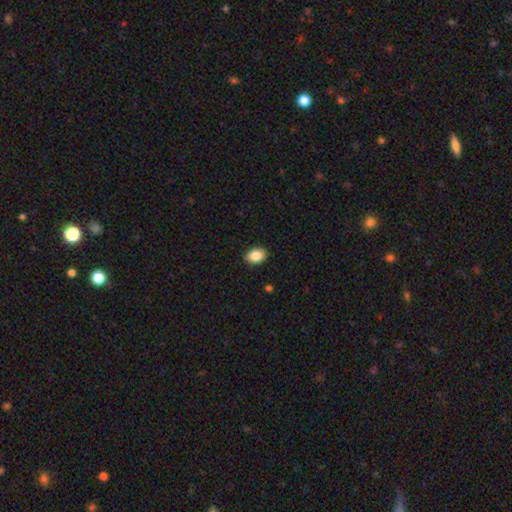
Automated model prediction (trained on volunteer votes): smooth_or_featured: smooth (p=0.87) [alt: star or artifact p=0.08]
how_rounded: in between (p=0.80) [alt: round p=0.19]
merging: none (p=0.89) [alt: minor disturbance p=0.08]